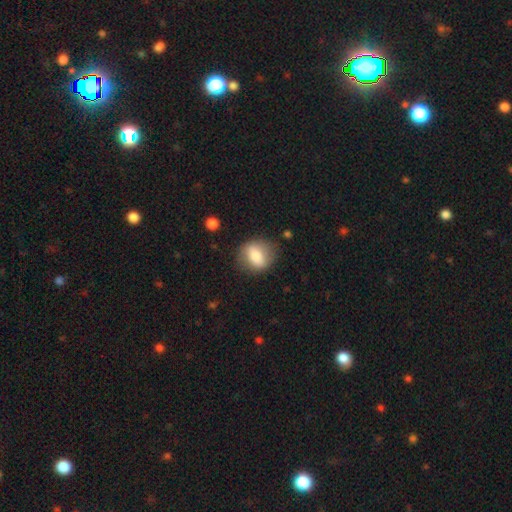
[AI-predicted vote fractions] smooth-or-featured: smooth: 72% | featured or disk: 21% | star or artifact: 7%
  how-rounded: round: 54% | in between: 44% | cigar-shaped: 2%
  merging: none: 77% | minor disturbance: 16% | major disturbance: 6% | merger: 2%